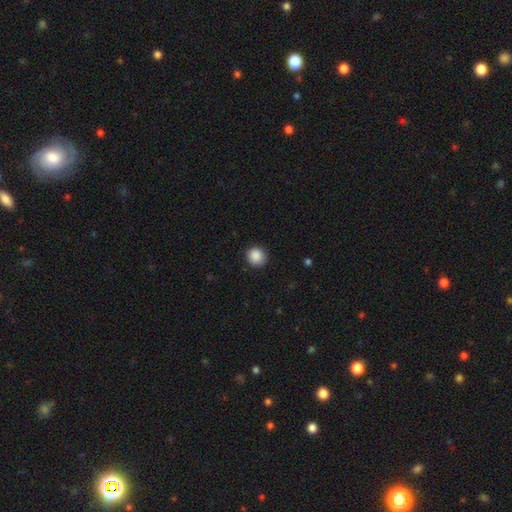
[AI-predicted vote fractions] Smooth or featured? smooth (89%)
How rounded? round (91%)
Merging? none (88%)